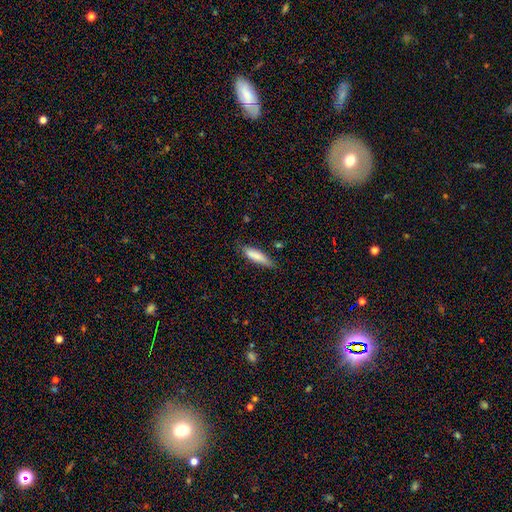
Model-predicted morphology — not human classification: Overall: smooth (82%). How rounded: cigar-shaped (70%). Merging: none (75%).